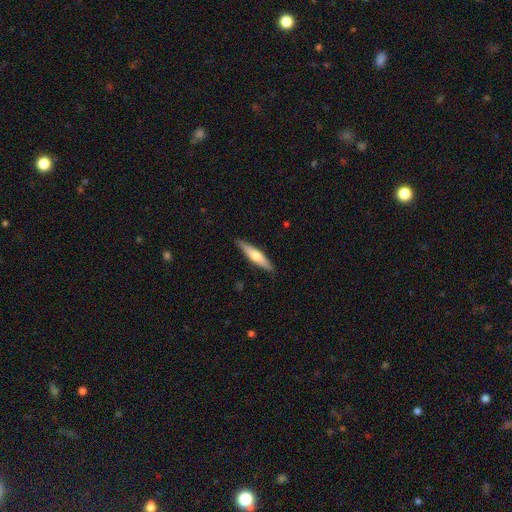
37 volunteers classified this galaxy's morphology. Smooth or featured?
  - smooth: 49% * (tied)
  - featured or disk: 49% * (tied)
  - star or artifact: 3%
How rounded?
  - cigar-shaped: 89% *
  - in between: 11%
  - round: 0%
Merging?
  - none: 92% *
  - minor disturbance: 8%
  - major disturbance: 0%
  - merger: 0%